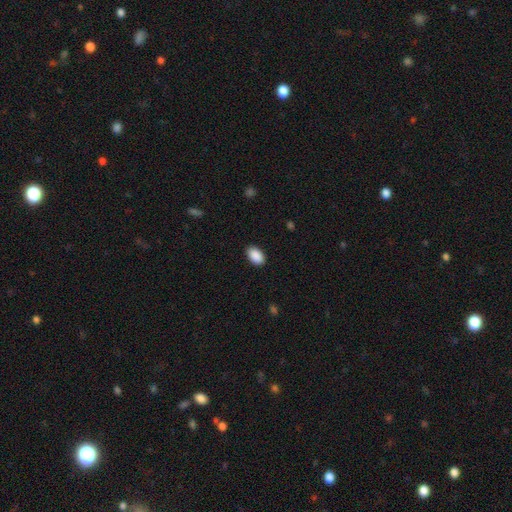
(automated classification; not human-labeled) Smooth or featured? Predicted: smooth (p=0.90). How rounded? Predicted: in between (p=0.92). Merging? Predicted: none (p=0.88).